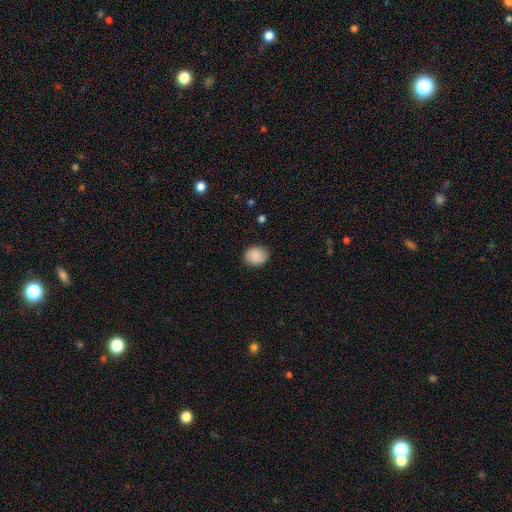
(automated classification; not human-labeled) smooth_or_featured: smooth (p=0.89) [alt: star or artifact p=0.07]
how_rounded: round (p=0.67) [alt: in between p=0.32]
merging: none (p=0.88) [alt: minor disturbance p=0.09]